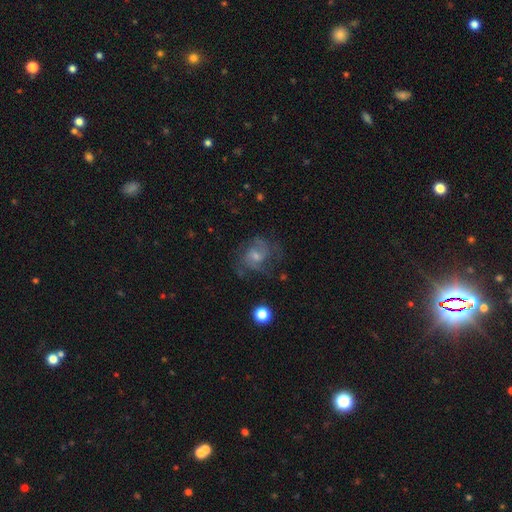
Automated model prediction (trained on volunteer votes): smooth_or_featured: featured or disk (p=0.72) [alt: smooth p=0.16]
disk_edge_on: no (p=0.97) [alt: yes p=0.03]
bar: no (p=0.58) [alt: weak p=0.37]
has_spiral_arms: yes (p=0.91) [alt: no p=0.09]
spiral_winding: medium (p=0.49) [alt: tight p=0.33]
spiral_arm_count: 2 (p=0.36) [alt: can't tell p=0.26]
bulge_size: small (p=0.46) [alt: moderate p=0.42]
merging: none (p=0.67) [alt: minor disturbance p=0.18]